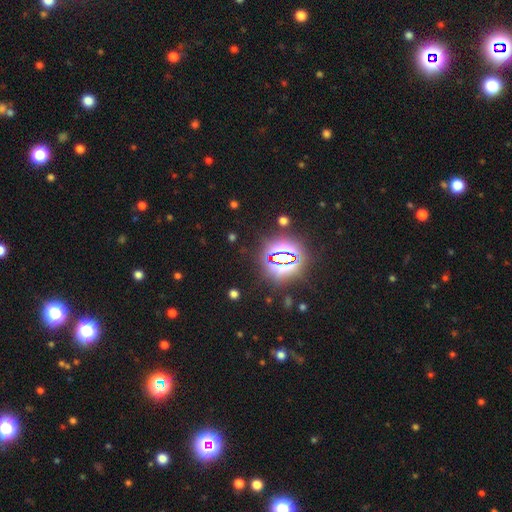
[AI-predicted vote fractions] The model was most divided on "smooth or featured": star or artifact: 83%, smooth: 10%, featured or disk: 6%.